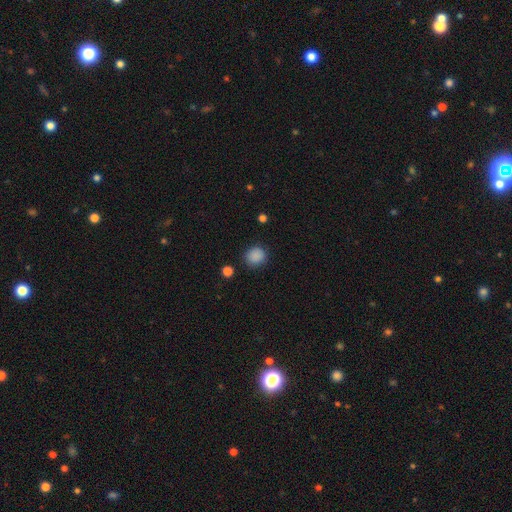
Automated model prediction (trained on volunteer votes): smooth-or-featured: smooth: 87% | star or artifact: 10% | featured or disk: 3%
  how-rounded: round: 82% | in between: 17% | cigar-shaped: 1%
  merging: none: 85% | minor disturbance: 10% | major disturbance: 3% | merger: 2%